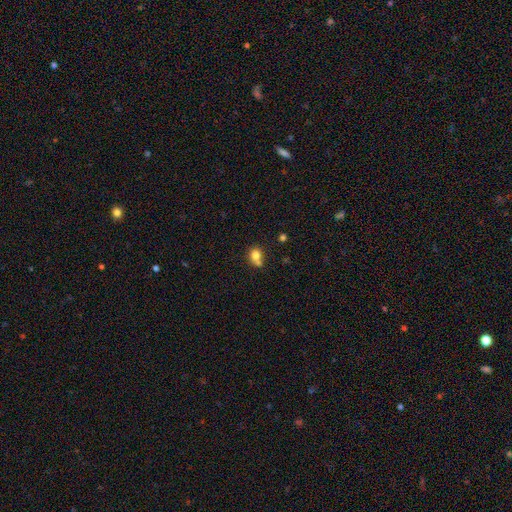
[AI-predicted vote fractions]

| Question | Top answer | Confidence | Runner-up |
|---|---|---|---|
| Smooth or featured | smooth | 78% | star or artifact (11%) |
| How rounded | round | 67% | in between (32%) |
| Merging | none | 45% | merger (36%) |